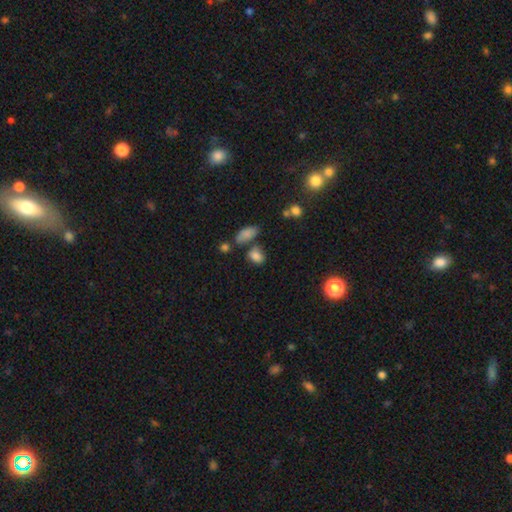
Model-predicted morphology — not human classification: A smooth galaxy with no disk features (81%) that is in between round and cigar-shaped (74%). Merging: none (61%).